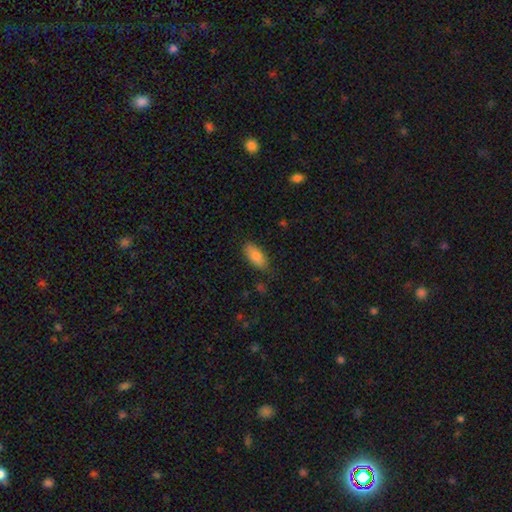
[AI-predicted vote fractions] A smooth galaxy with no disk features (84%) that is in between round and cigar-shaped (86%). Merging: none (78%).